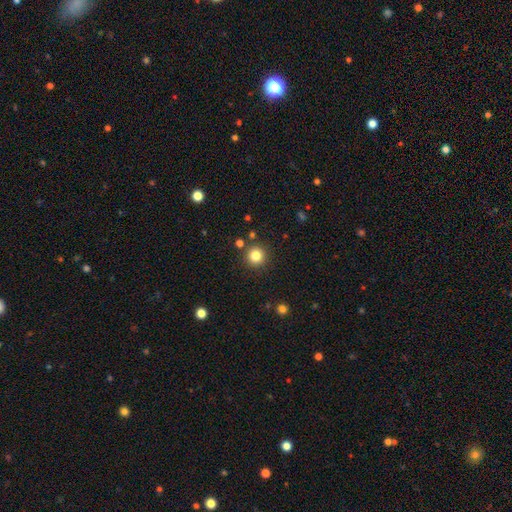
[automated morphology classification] The model was most divided on "smooth or featured": smooth: 82%, star or artifact: 12%, featured or disk: 5%. More confident: how rounded — round (95%); merging — none (89%).